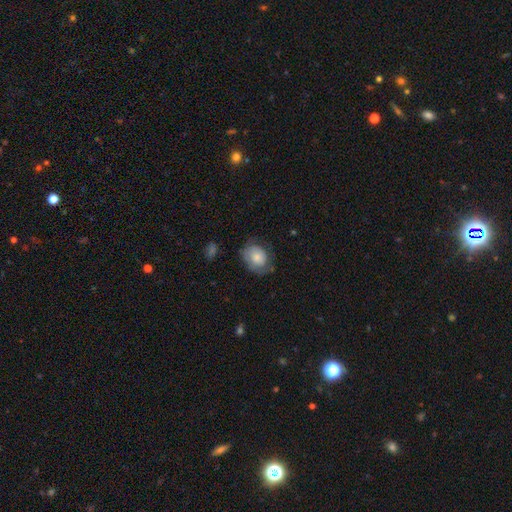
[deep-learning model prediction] A smooth galaxy with no disk features (71%) that is in between round and cigar-shaped (55%).

Vote fractions:
- Smooth or featured? smooth: 71% / featured or disk: 22% / star or artifact: 7%
- How rounded? in between: 55% / round: 44% / cigar-shaped: 1%
- Merging? none: 59% / minor disturbance: 28% / major disturbance: 11% / merger: 2%